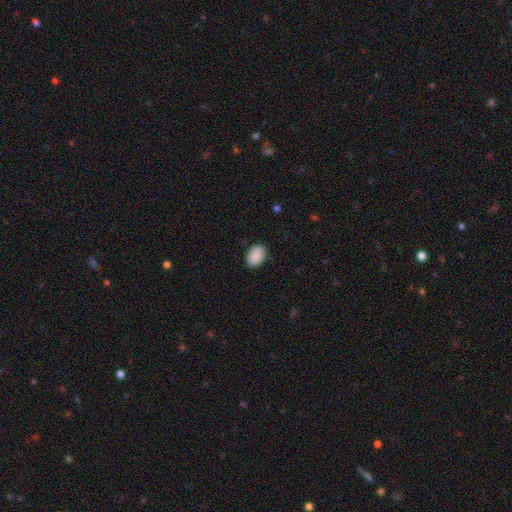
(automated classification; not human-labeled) smooth-or-featured: smooth: 91% | star or artifact: 7% | featured or disk: 3%
  how-rounded: in between: 86% | round: 13% | cigar-shaped: 1%
  merging: none: 86% | minor disturbance: 11% | major disturbance: 2% | merger: 1%